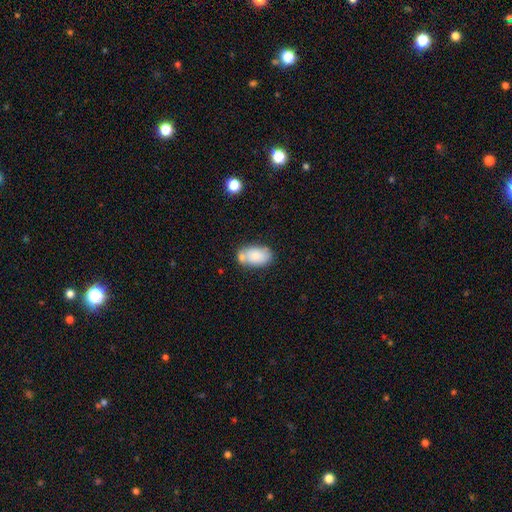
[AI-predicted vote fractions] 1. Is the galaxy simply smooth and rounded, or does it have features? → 80% smooth, 13% featured or disk, 7% star or artifact.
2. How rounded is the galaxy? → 92% in between, 6% round, 2% cigar-shaped.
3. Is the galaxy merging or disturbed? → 54% none, 23% merger, 19% minor disturbance, 5% major disturbance.